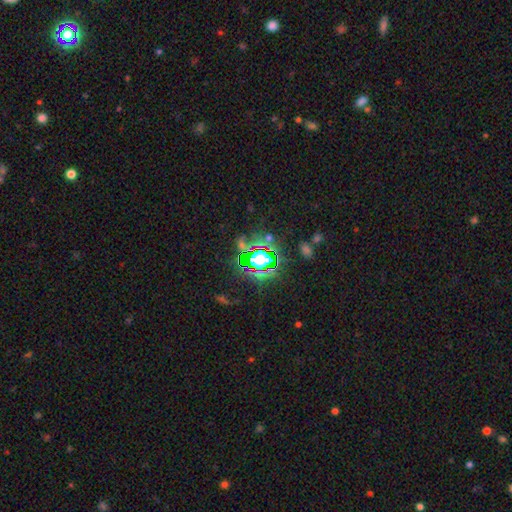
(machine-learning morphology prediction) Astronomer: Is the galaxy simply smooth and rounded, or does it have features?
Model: star or artifact — 81%.